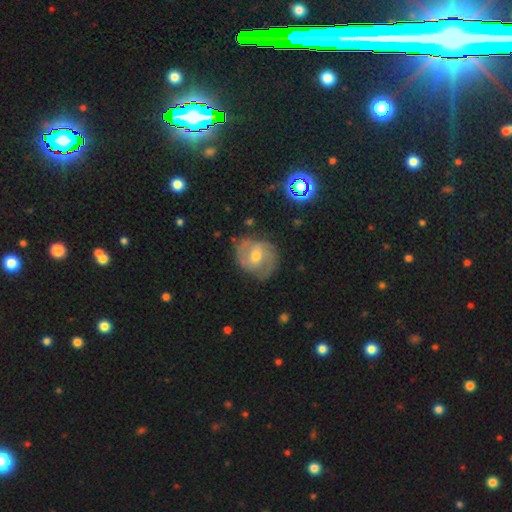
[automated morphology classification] smooth_or_featured: featured or disk (p=0.69) [alt: smooth p=0.23]
disk_edge_on: no (p=0.97) [alt: yes p=0.03]
bar: weak (p=0.50) [alt: no p=0.33]
has_spiral_arms: yes (p=0.84) [alt: no p=0.16]
spiral_winding: medium (p=0.47) [alt: tight p=0.35]
spiral_arm_count: 2 (p=0.70) [alt: can't tell p=0.16]
bulge_size: moderate (p=0.63) [alt: small p=0.32]
merging: none (p=0.71) [alt: minor disturbance p=0.20]